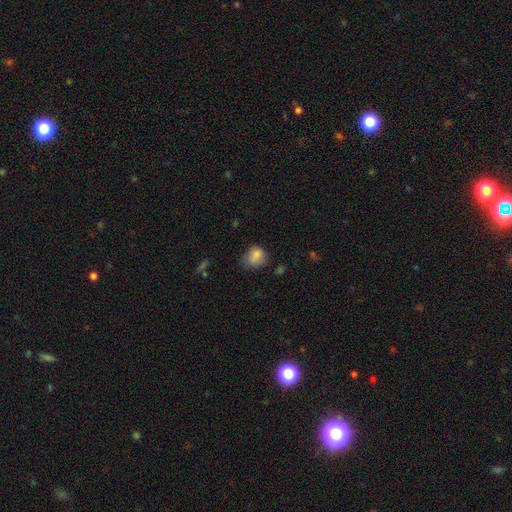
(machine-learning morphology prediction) Q: Smooth or featured?
A: smooth (83%); runner-up: star or artifact (10%)
Q: How rounded?
A: round (59%); runner-up: in between (40%)
Q: Merging?
A: none (56%); runner-up: minor disturbance (31%)